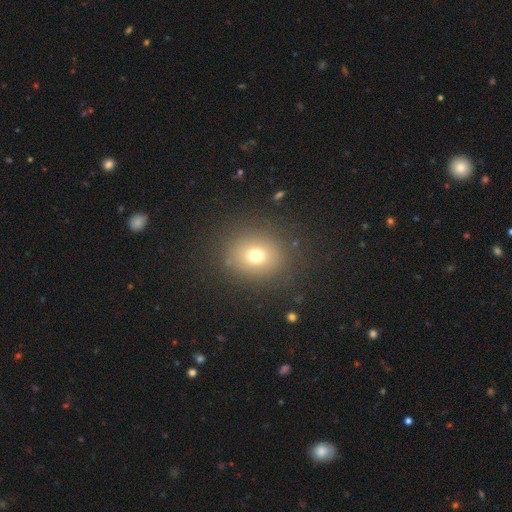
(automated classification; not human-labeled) A smooth galaxy with no disk features (71%) that is round (73%). Merging: none (86%).